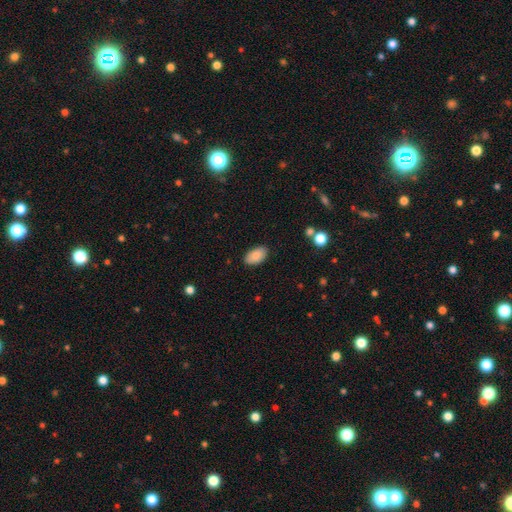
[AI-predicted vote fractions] The model was most divided on "merging": none: 87%, minor disturbance: 10%, major disturbance: 2%, merger: 1%. More confident: how rounded — in between (94%); smooth or featured — smooth (87%).